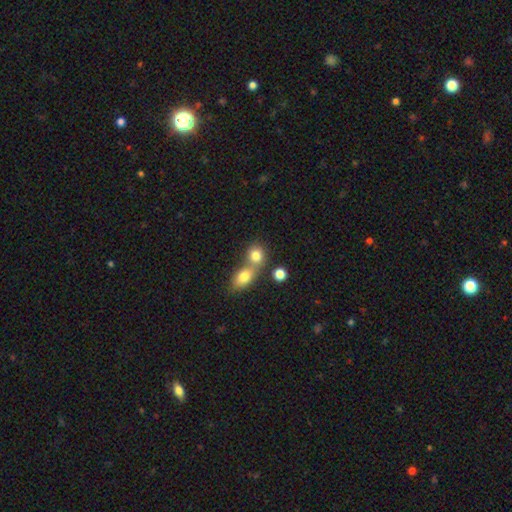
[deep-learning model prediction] Overall: smooth (79%). How rounded: round (67%; in between 31%). Merging: merger (52%; none 38%).